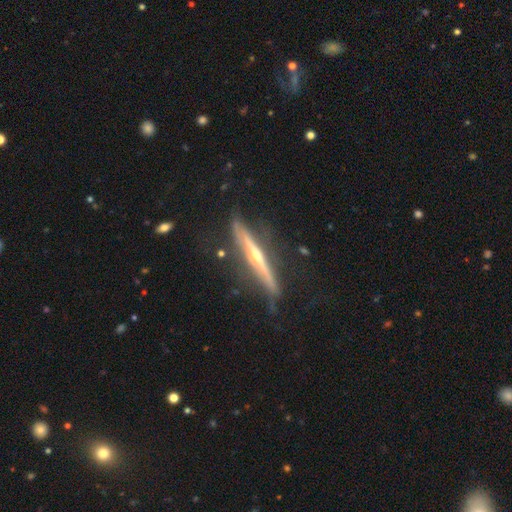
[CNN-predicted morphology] type=featured or disk (82%); edge-on=yes (97%); edge-on bulge=rounded (84%); merging=none (77%).